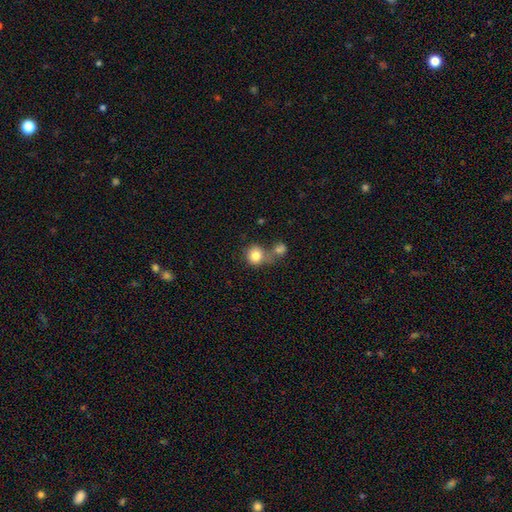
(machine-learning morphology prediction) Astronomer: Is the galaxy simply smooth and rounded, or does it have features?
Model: smooth — 81%.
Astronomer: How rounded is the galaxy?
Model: round — 86%.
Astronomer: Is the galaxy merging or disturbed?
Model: none — 43% (runner-up: merger, 41%).